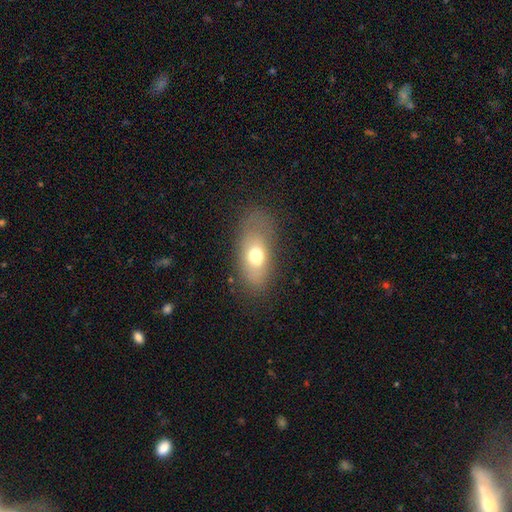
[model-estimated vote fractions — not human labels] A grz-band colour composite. It shows a smooth galaxy with no disk features (65%) that is in between round and cigar-shaped (85%). Merging: none (69%).